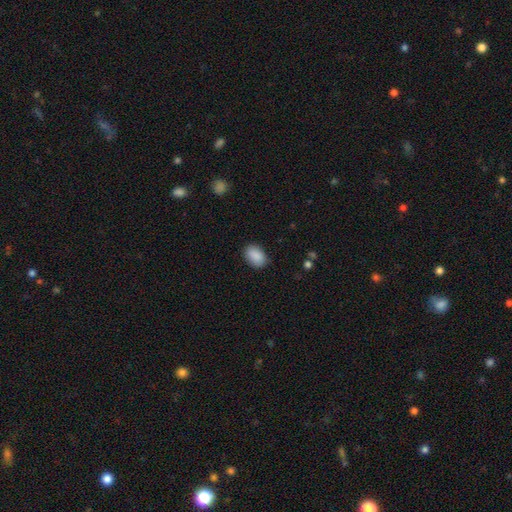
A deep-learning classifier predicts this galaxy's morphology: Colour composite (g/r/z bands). It shows a smooth galaxy with no disk features (90%) that is in between round and cigar-shaped (85%). Merging: none (84%).